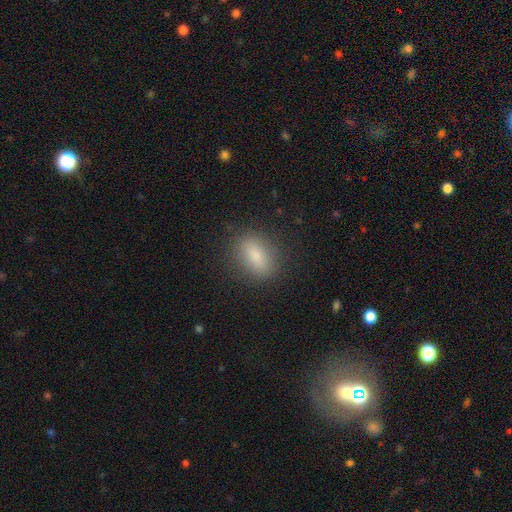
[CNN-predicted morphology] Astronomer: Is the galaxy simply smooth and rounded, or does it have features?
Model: smooth — 79%.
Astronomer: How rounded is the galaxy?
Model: in between — 76%.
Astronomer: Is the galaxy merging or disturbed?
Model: none — 86%.